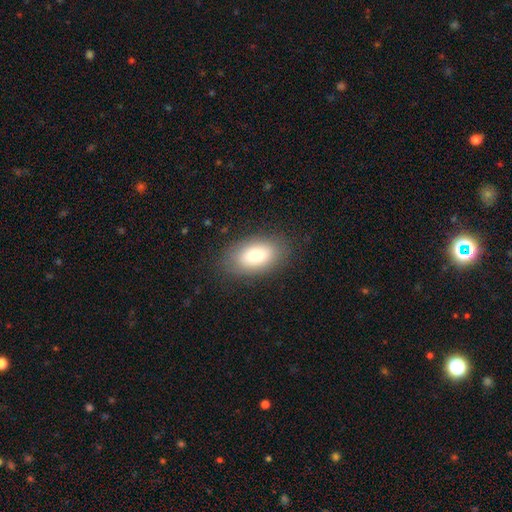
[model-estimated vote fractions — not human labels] Morphology: type=smooth (78%); roundness=in between (92%); merging=none (83%).